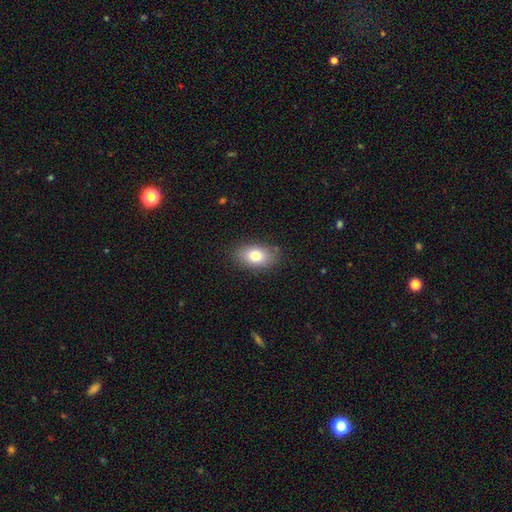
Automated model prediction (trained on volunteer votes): smooth_or_featured: smooth (p=0.78) [alt: featured or disk p=0.13]
how_rounded: in between (p=0.87) [alt: round p=0.11]
merging: none (p=0.87) [alt: minor disturbance p=0.10]